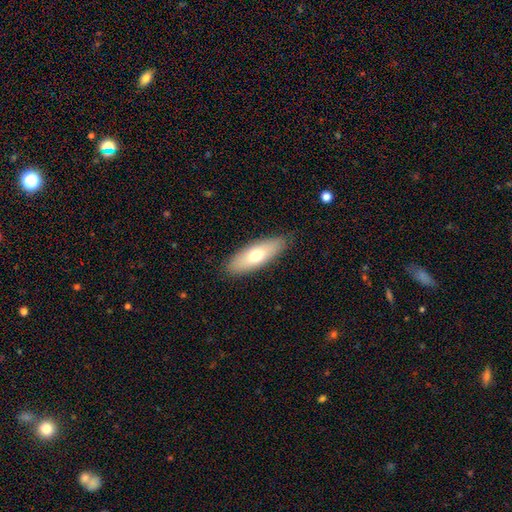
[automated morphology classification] Smooth or featured: smooth — 67% (featured or disk — 27%)
How rounded: in between — 60% (cigar-shaped — 38%)
Merging: none — 86% (minor disturbance — 10%)